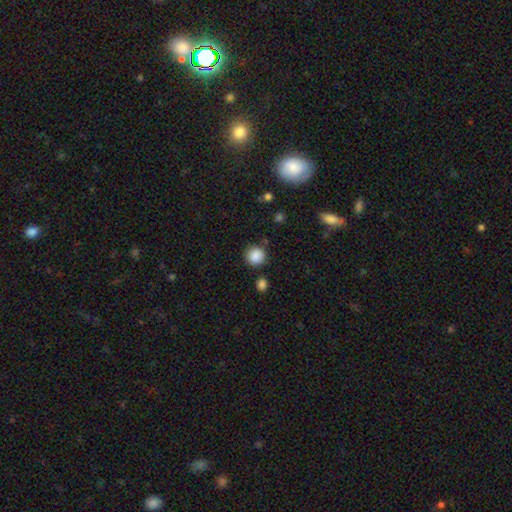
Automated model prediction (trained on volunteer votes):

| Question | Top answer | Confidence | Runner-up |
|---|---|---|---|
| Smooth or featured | smooth | 87% | star or artifact (10%) |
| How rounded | round | 91% | in between (8%) |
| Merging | none | 83% | minor disturbance (10%) |